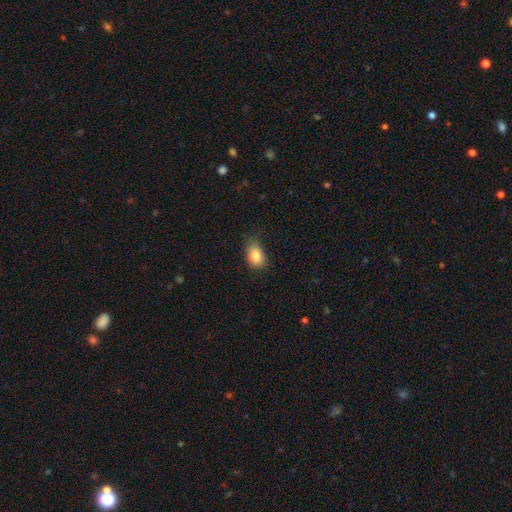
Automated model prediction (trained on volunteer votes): Q: Smooth or featured?
A: smooth (84%); runner-up: star or artifact (9%)
Q: How rounded?
A: in between (82%); runner-up: round (17%)
Q: Merging?
A: none (64%); runner-up: minor disturbance (28%)